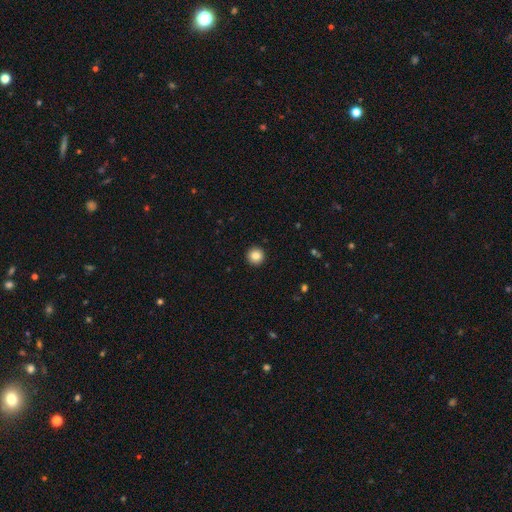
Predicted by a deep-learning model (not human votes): This is clearly a smooth galaxy (85%). How rounded: clearly round (96%). Merging: clearly none (94%).